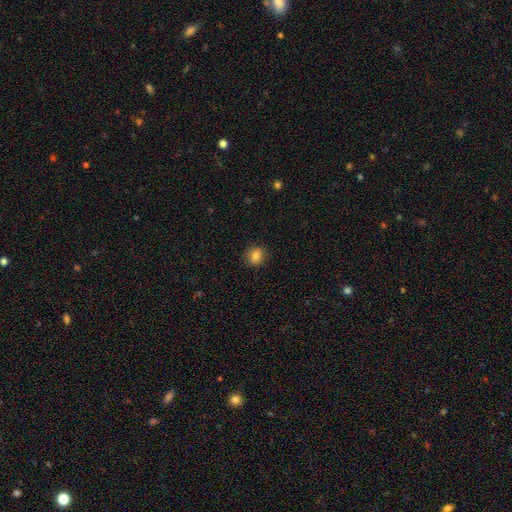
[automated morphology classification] Smooth or featured: smooth — 82% (star or artifact — 11%)
How rounded: round — 76% (in between — 23%)
Merging: none — 89% (minor disturbance — 8%)